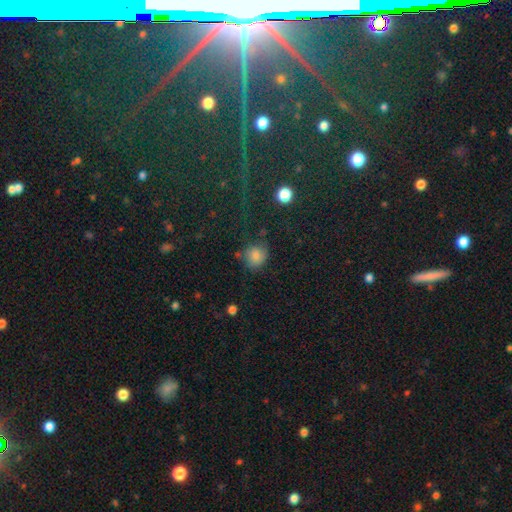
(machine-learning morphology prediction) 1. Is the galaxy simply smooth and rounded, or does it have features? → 80% smooth, 12% star or artifact, 8% featured or disk.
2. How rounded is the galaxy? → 74% round, 25% in between, 1% cigar-shaped.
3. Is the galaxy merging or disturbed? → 66% none, 22% minor disturbance, 8% major disturbance, 4% merger.